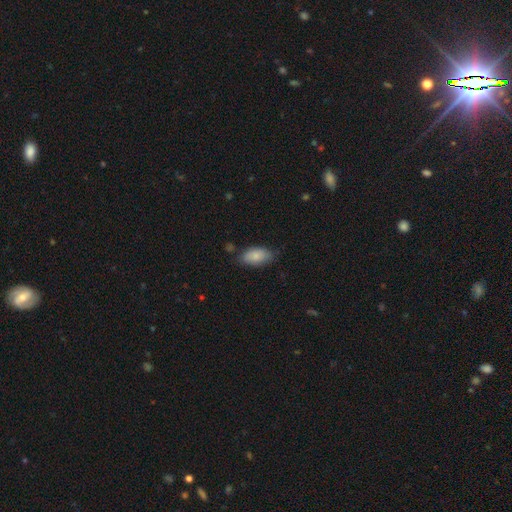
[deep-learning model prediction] Overall: smooth (83%). How rounded: in between (93%). Merging: none (69%).